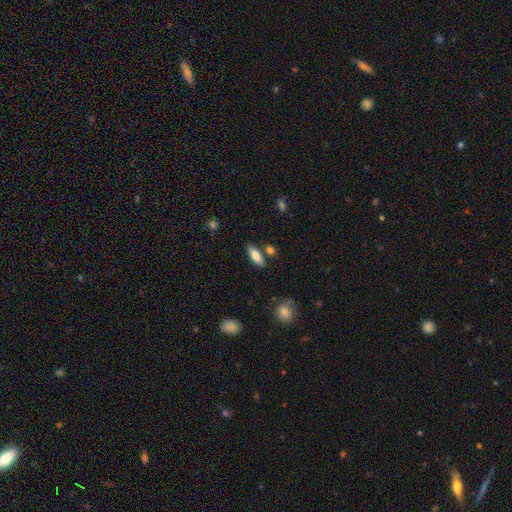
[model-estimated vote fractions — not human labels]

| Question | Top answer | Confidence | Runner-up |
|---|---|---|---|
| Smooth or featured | smooth | 78% | featured or disk (15%) |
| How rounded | in between | 68% | cigar-shaped (30%) |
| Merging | none | 78% | minor disturbance (12%) |